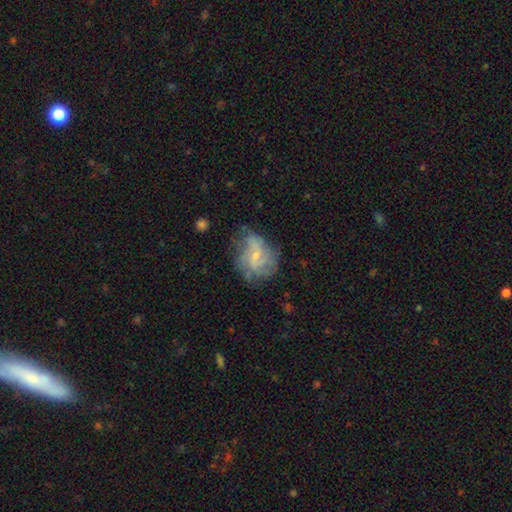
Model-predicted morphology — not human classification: Smooth or featured: featured or disk — 67% (smooth — 23%)
Edge-on disk: no — 97% (yes — 3%)
Bar: no — 54% (weak — 39%)
Spiral arms: yes — 80% (no — 20%)
Spiral winding: medium — 41% (loose — 30%)
Spiral arm count: can't tell — 40% (2 — 20%)
Bulge size: small — 72% (moderate — 21%)
Merging: none — 56% (minor disturbance — 26%)